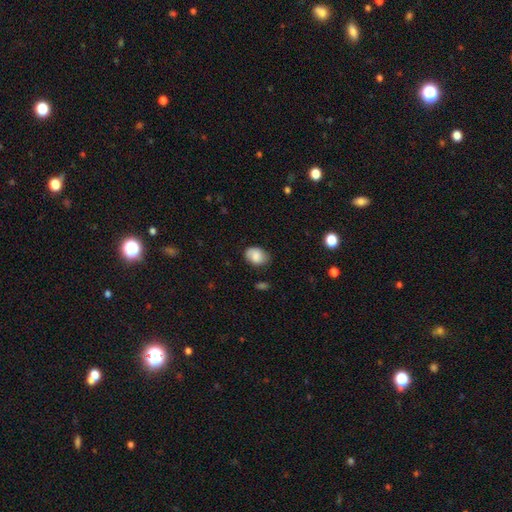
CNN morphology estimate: This appears to be a smooth galaxy with no disk features (81%) that is in between round and cigar-shaped (71%). Merging: none (71%).